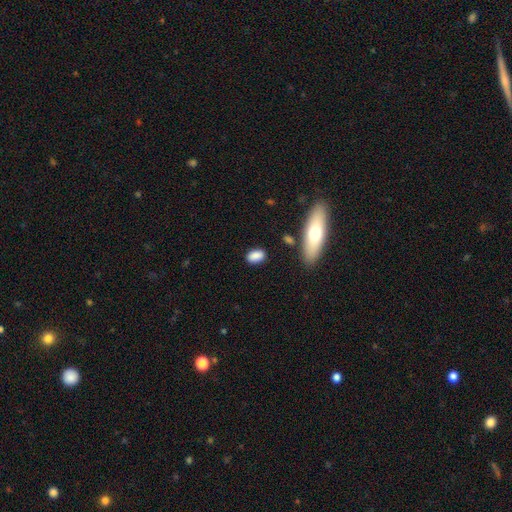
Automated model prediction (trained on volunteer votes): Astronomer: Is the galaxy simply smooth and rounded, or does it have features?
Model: smooth — 85%.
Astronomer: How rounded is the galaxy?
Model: in between — 85%.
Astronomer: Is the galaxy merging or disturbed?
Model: none — 79%.